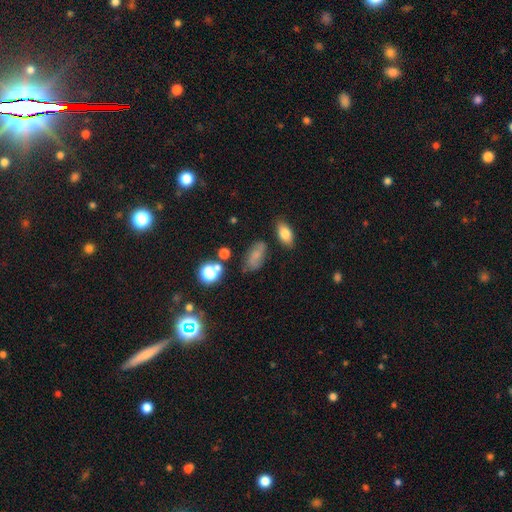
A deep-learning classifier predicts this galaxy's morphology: smooth_or_featured: smooth (p=0.67) [alt: featured or disk p=0.18]
how_rounded: in between (p=0.86) [alt: round p=0.09]
merging: none (p=0.63) [alt: minor disturbance p=0.23]